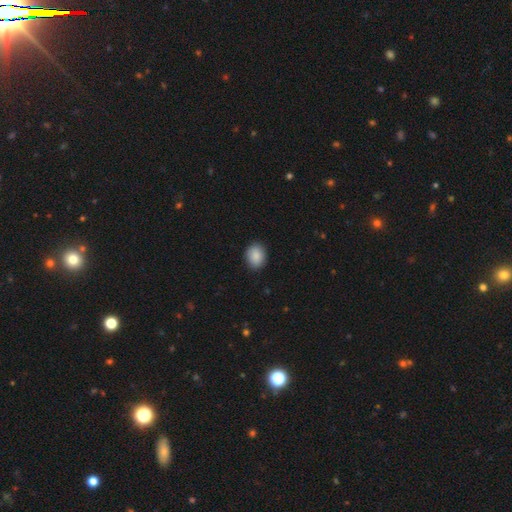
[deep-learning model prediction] Morphology: type=smooth (89%); roundness=in between (56%); merging=none (88%).